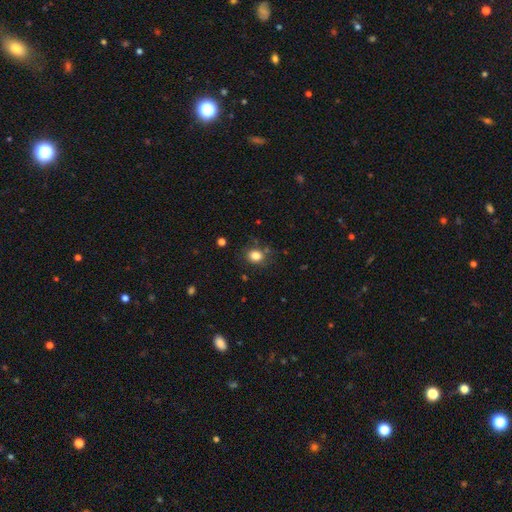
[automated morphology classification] smooth-or-featured: smooth: 83% | star or artifact: 11% | featured or disk: 6%
  how-rounded: round: 60% | in between: 39% | cigar-shaped: 1%
  merging: none: 77% | minor disturbance: 15% | major disturbance: 5% | merger: 4%